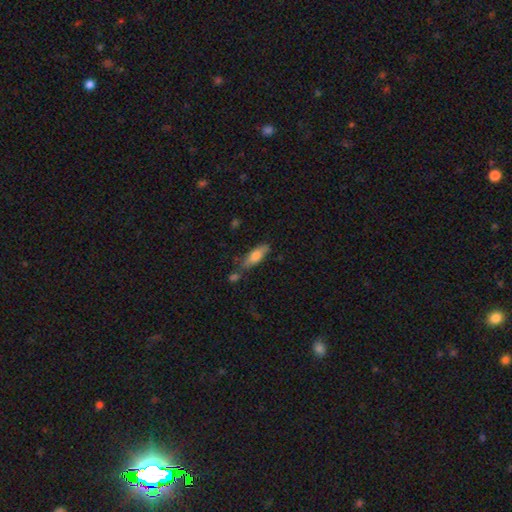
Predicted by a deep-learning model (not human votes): Smooth or featured: smooth — 74% (featured or disk — 20%)
How rounded: in between — 60% (cigar-shaped — 37%)
Merging: none — 63% (minor disturbance — 22%)